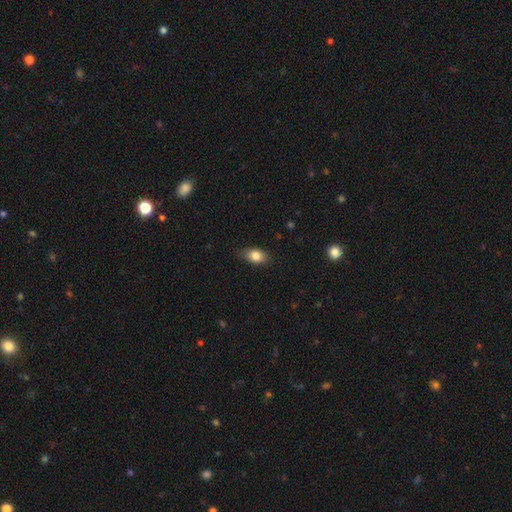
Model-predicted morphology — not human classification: smooth 83%, featured or disk 9%, star or artifact 8%. Down the decision tree: how rounded — in between (83%); merging — none (79%).